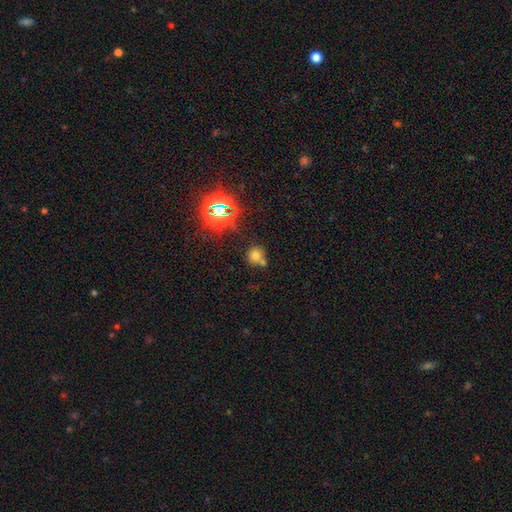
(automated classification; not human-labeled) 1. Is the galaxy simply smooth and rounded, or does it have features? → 67% smooth, 23% star or artifact, 11% featured or disk.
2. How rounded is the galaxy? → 85% round, 14% in between, 1% cigar-shaped.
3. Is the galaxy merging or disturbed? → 52% none, 34% merger, 10% minor disturbance, 4% major disturbance.